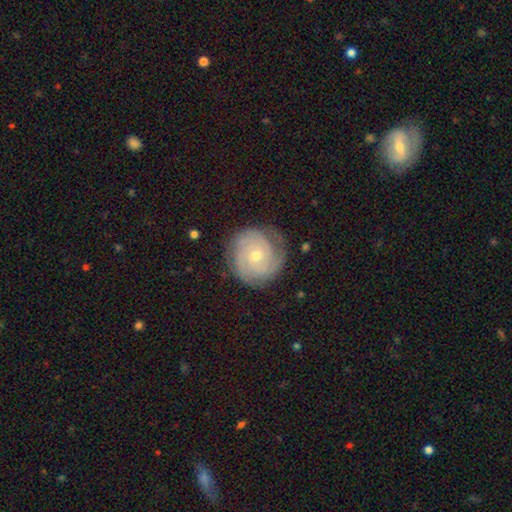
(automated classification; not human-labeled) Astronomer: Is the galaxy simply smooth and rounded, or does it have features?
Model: featured or disk — 76%.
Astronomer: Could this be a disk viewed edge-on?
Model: no — 98%.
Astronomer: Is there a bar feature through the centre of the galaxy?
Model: no — 77%.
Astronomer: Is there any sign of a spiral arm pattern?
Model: yes — 93%.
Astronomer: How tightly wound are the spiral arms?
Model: tight — 74%.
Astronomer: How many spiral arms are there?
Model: can't tell — 31% (runner-up: 2, 29%).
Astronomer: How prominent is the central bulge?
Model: small — 55% (runner-up: moderate, 42%).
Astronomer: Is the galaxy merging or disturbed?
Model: none — 77%.